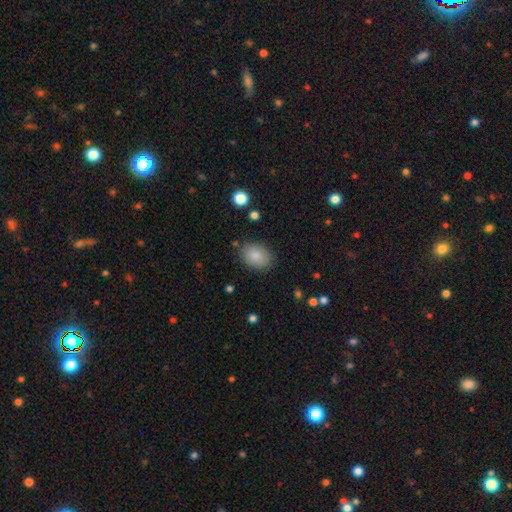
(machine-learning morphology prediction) smooth-or-featured: smooth: 86% | star or artifact: 8% | featured or disk: 7%
  how-rounded: in between: 71% | round: 28% | cigar-shaped: 1%
  merging: none: 83% | minor disturbance: 12% | major disturbance: 3% | merger: 2%